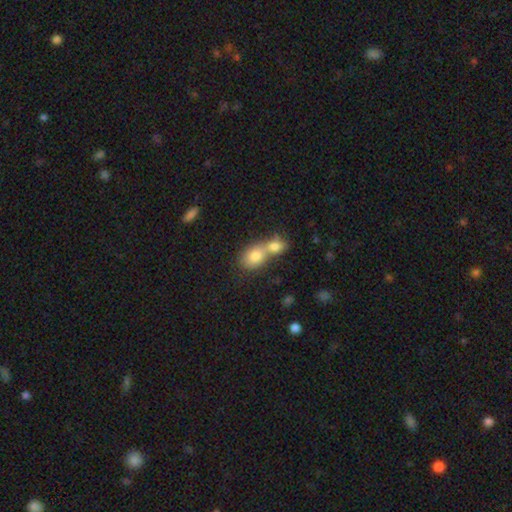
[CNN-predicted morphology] Overall: smooth (79%). How rounded: in between (68%; round 30%). Merging: merger (71%).